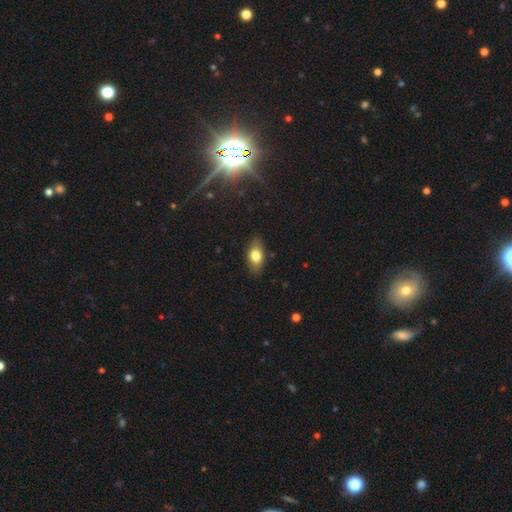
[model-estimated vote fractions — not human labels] Morphology: type=smooth (77%); roundness=in between (86%); merging=none (84%).